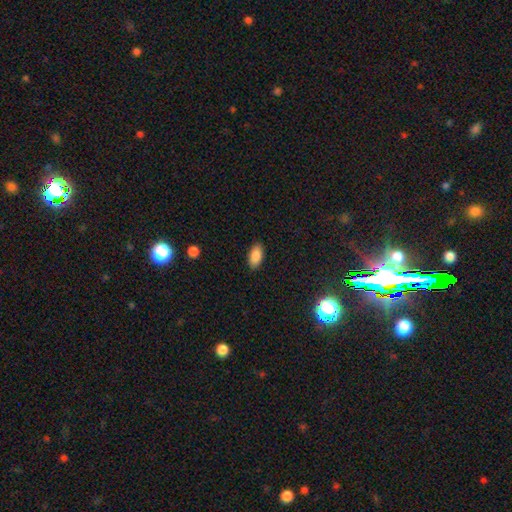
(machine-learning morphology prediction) Smooth or featured: smooth — 87% (star or artifact — 8%)
How rounded: in between — 92% (cigar-shaped — 4%)
Merging: none — 88% (minor disturbance — 9%)